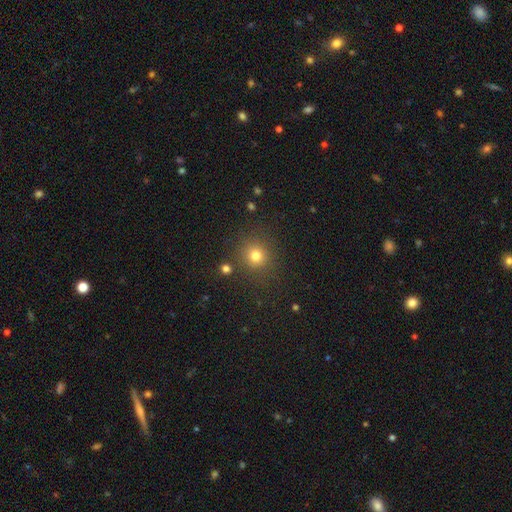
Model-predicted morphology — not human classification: Smooth or featured? Predicted: smooth (p=0.77). How rounded? Predicted: round (p=0.92). Merging? Predicted: none (p=0.86).